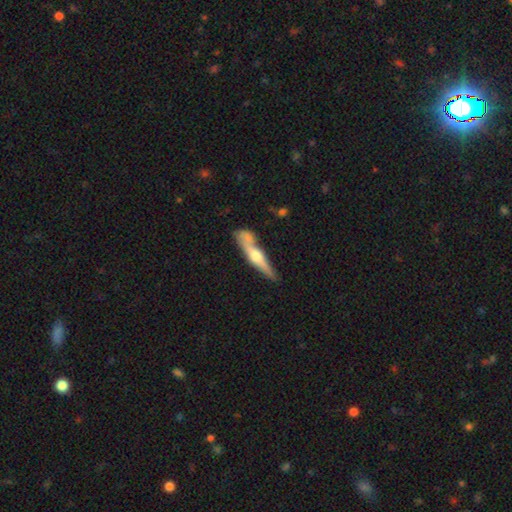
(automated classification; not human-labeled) Morphology: type=featured or disk (60%); edge-on=yes (92%); edge-on bulge=rounded (85%); merging=none (56%).